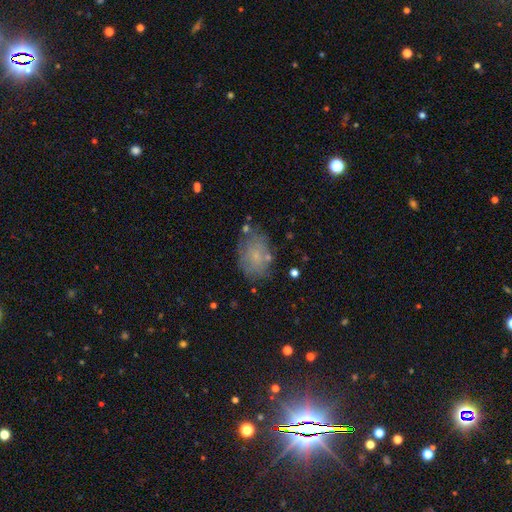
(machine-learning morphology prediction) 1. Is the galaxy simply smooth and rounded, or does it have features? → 61% smooth, 27% featured or disk, 12% star or artifact.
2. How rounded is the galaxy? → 77% in between, 22% round, 1% cigar-shaped.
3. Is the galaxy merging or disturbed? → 67% none, 21% minor disturbance, 8% major disturbance, 5% merger.